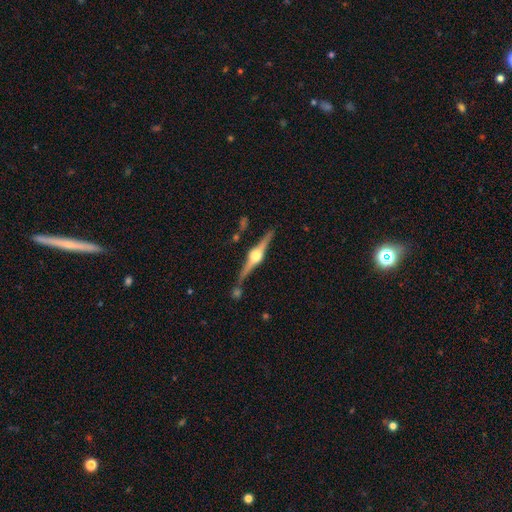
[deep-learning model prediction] Smooth or featured?
  - featured or disk: 87% *
  - smooth: 8%
  - star or artifact: 5%
Edge-on disk?
  - yes: 98% *
  - no: 2%
Edge-on bulge?
  - rounded: 95% *
  - boxy: 3%
  - none: 1%
Merging?
  - none: 83% *
  - minor disturbance: 10%
  - merger: 5%
  - major disturbance: 2%